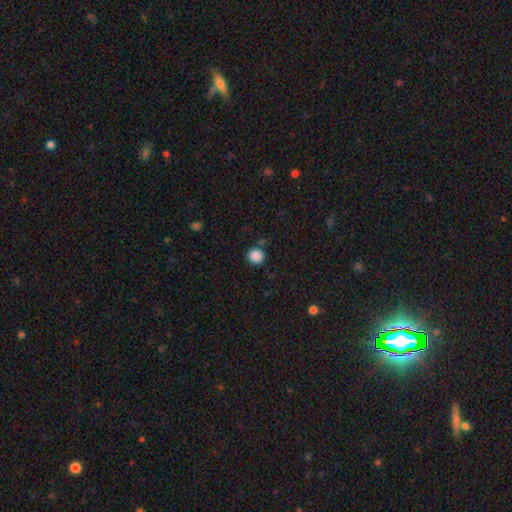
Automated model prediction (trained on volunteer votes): The model was most divided on "how rounded": round: 86%, in between: 13%, cigar-shaped: 1%. More confident: smooth or featured — smooth (87%); merging — none (83%).